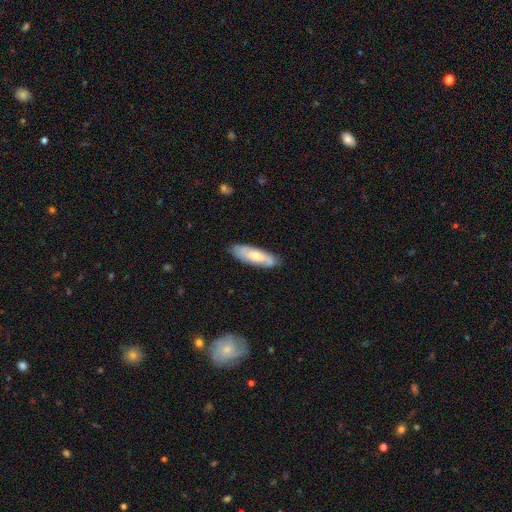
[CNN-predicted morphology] This appears to be a smooth galaxy with no disk features (49%). Merging: none (80%).